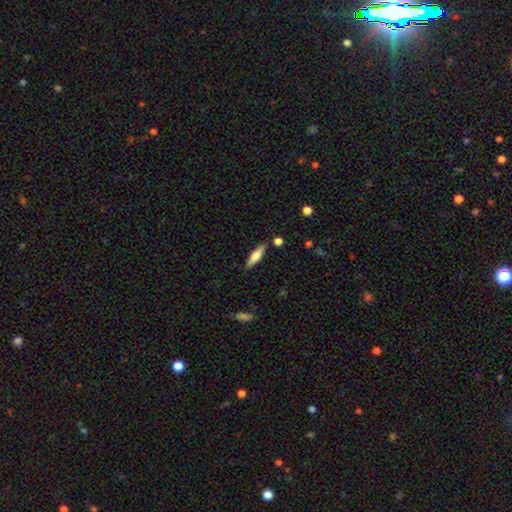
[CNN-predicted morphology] Smooth or featured: smooth — 59% (featured or disk — 34%)
How rounded: cigar-shaped — 67% (in between — 31%)
Merging: none — 84% (minor disturbance — 10%)